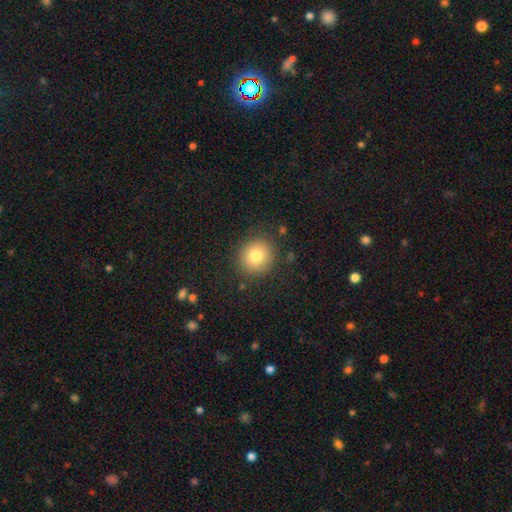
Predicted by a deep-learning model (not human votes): Smooth or featured? smooth (79%)
How rounded? round (90%)
Merging? none (87%)